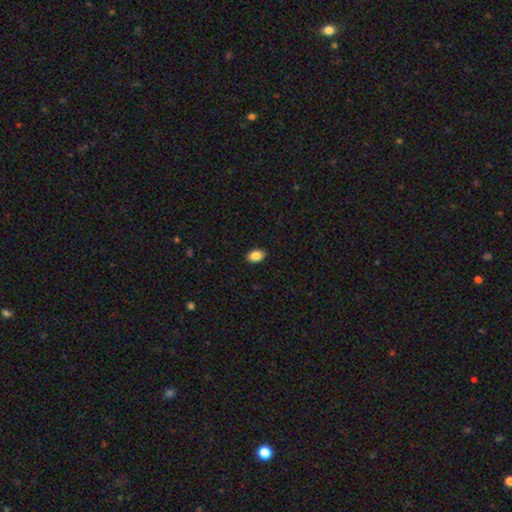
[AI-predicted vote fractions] This is clearly a smooth galaxy (87%). How rounded: clearly in between (86%). Merging: clearly none (90%).